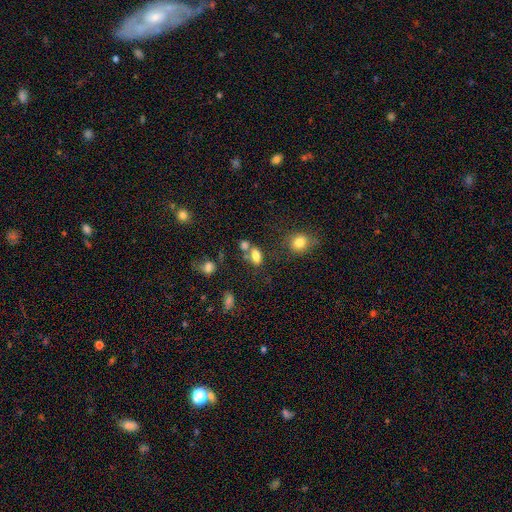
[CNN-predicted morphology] smooth_or_featured: smooth (p=0.76) [alt: star or artifact p=0.13]
how_rounded: in between (p=0.83) [alt: round p=0.11]
merging: none (p=0.45) [alt: merger p=0.35]